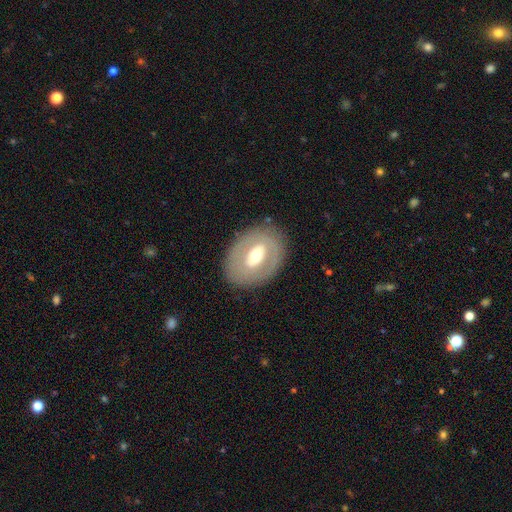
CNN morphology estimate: This is possibly a featured or disk galaxy (57%). It is clearly not viewed edge-on (90%). Bar: marginally weak (35%). Spiral arm pattern: clearly no (83%). Central bulge: likely moderate (65%). Merging: clearly none (81%).